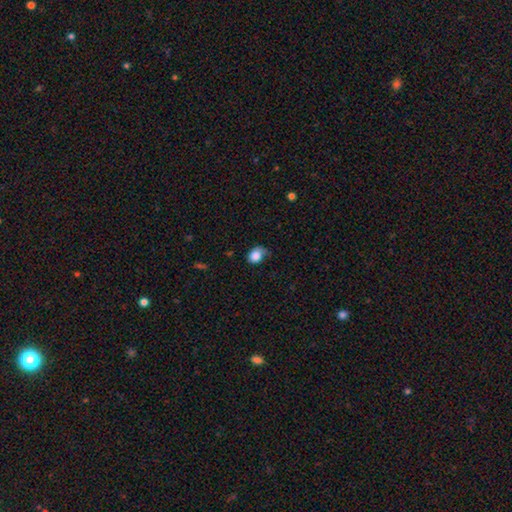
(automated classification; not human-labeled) Smooth or featured? Predicted: smooth (p=0.85). How rounded? Predicted: in between (p=0.60). Merging? Predicted: none (p=0.45).